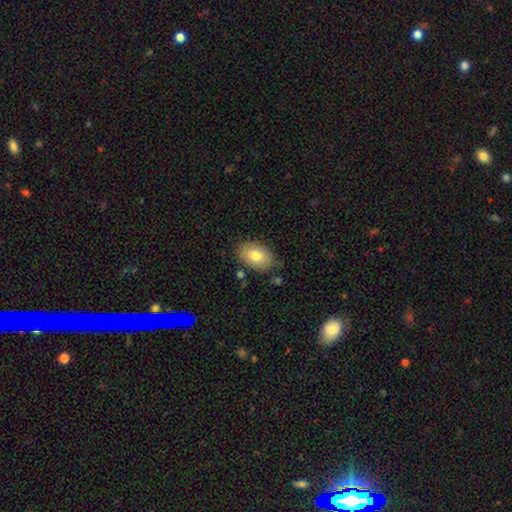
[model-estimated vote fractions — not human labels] smooth_or_featured: smooth (p=0.78) [alt: featured or disk p=0.15]
how_rounded: in between (p=0.86) [alt: round p=0.13]
merging: none (p=0.76) [alt: minor disturbance p=0.17]